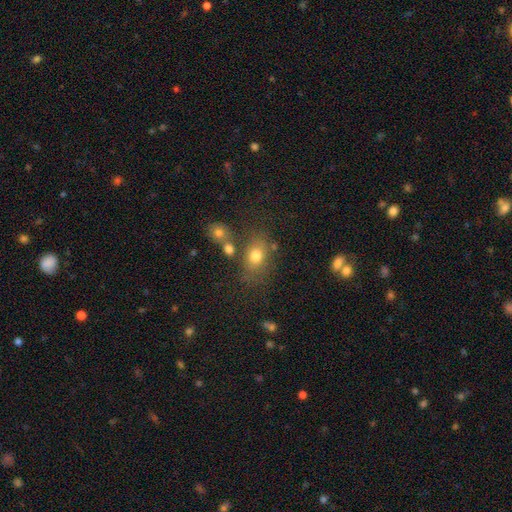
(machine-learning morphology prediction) smooth-or-featured: smooth: 74% | star or artifact: 14% | featured or disk: 12%
  how-rounded: in between: 68% | round: 30% | cigar-shaped: 2%
  merging: none: 65% | minor disturbance: 16% | merger: 13% | major disturbance: 7%